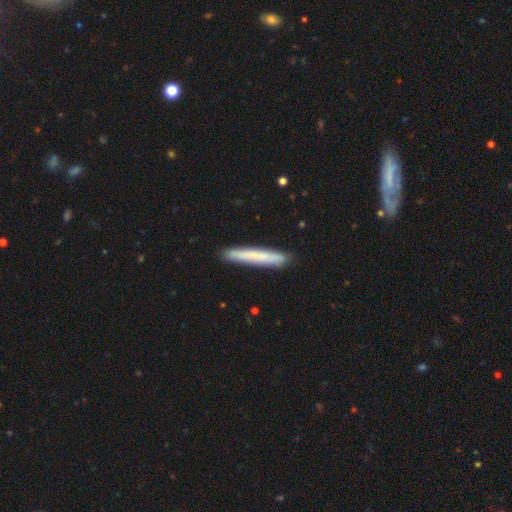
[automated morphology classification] type=smooth (67%); roundness=cigar-shaped (96%); merging=none (90%).